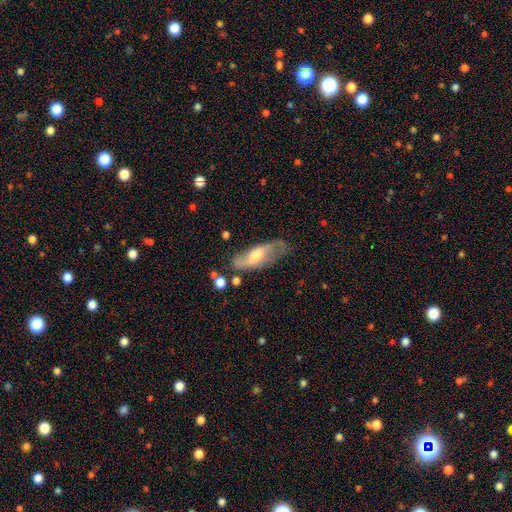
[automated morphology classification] This is likely a featured or disk galaxy (60%). It is clearly not viewed edge-on (80%). Merging: likely none (61%).